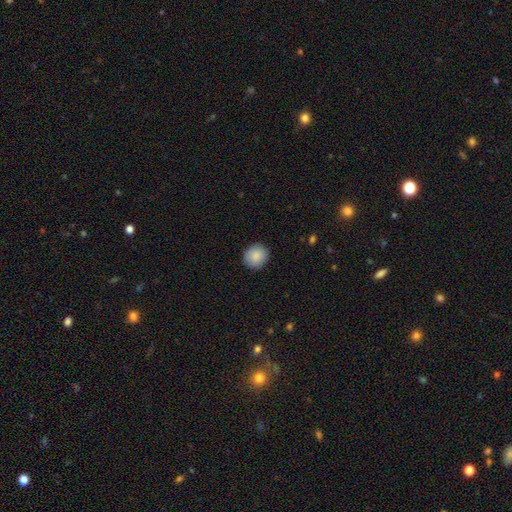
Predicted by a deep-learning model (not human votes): Smooth or featured?
  - smooth: 89% *
  - star or artifact: 7%
  - featured or disk: 4%
How rounded?
  - round: 80% *
  - in between: 19%
  - cigar-shaped: 1%
Merging?
  - none: 90% *
  - minor disturbance: 7%
  - major disturbance: 2%
  - merger: 1%